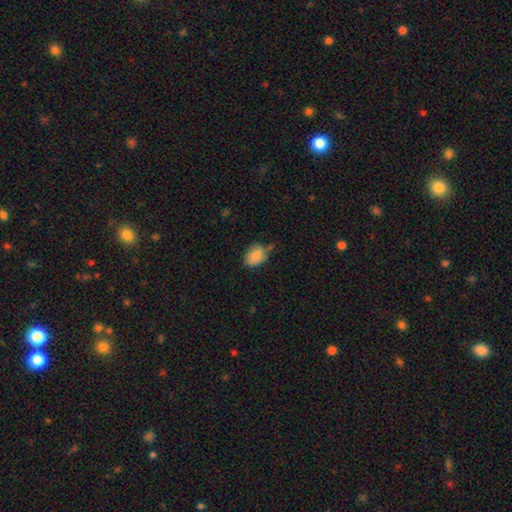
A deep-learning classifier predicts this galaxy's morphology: smooth_or_featured: smooth (p=0.84) [alt: star or artifact p=0.08]
how_rounded: in between (p=0.66) [alt: round p=0.33]
merging: none (p=0.63) [alt: minor disturbance p=0.26]